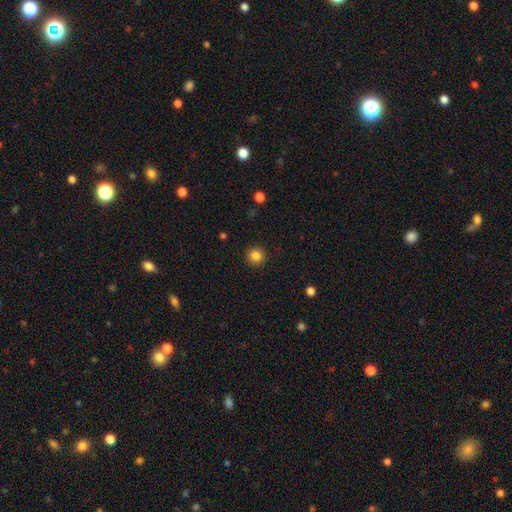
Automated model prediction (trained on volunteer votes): Smooth or featured?
  - smooth: 84% *
  - star or artifact: 11%
  - featured or disk: 5%
How rounded?
  - round: 94% *
  - in between: 5%
  - cigar-shaped: 1%
Merging?
  - none: 91% *
  - minor disturbance: 6%
  - major disturbance: 2%
  - merger: 1%